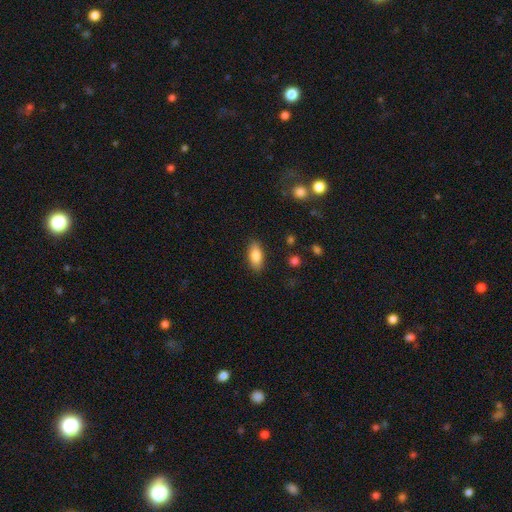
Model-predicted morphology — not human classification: Smooth or featured? Predicted: smooth (p=0.83). How rounded? Predicted: in between (p=0.86). Merging? Predicted: none (p=0.87).